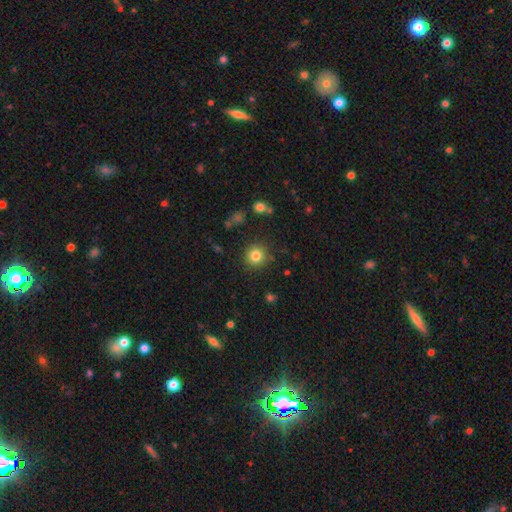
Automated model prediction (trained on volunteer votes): Smooth or featured: smooth — 82% (star or artifact — 12%)
How rounded: round — 93% (in between — 6%)
Merging: none — 88% (minor disturbance — 7%)